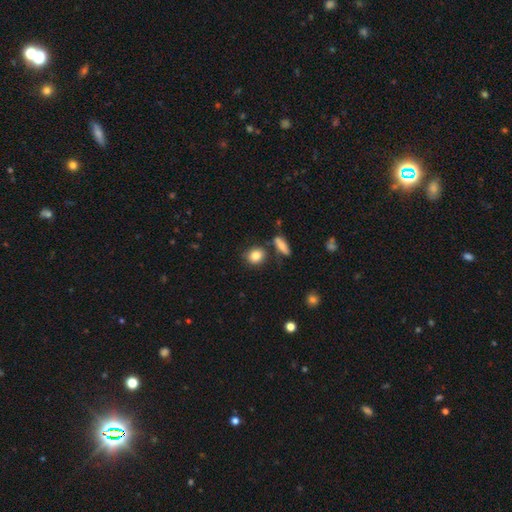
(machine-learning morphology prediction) Smooth or featured? Predicted: smooth (p=0.85). How rounded? Predicted: round (p=0.66). Merging? Predicted: none (p=0.73).